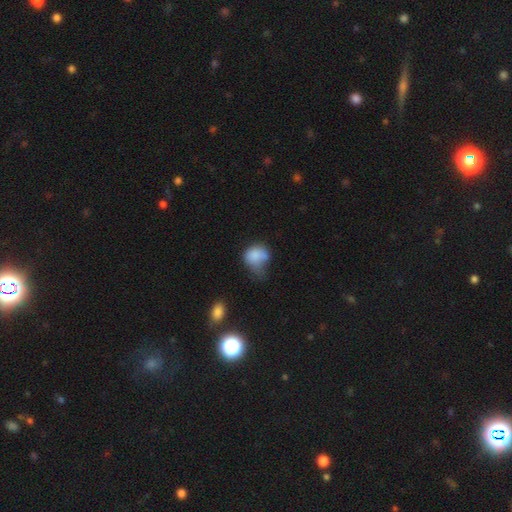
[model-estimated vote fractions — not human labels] smooth_or_featured: smooth (p=0.78) [alt: featured or disk p=0.13]
how_rounded: round (p=0.54) [alt: in between p=0.45]
merging: minor disturbance (p=0.32) [alt: major disturbance p=0.30]